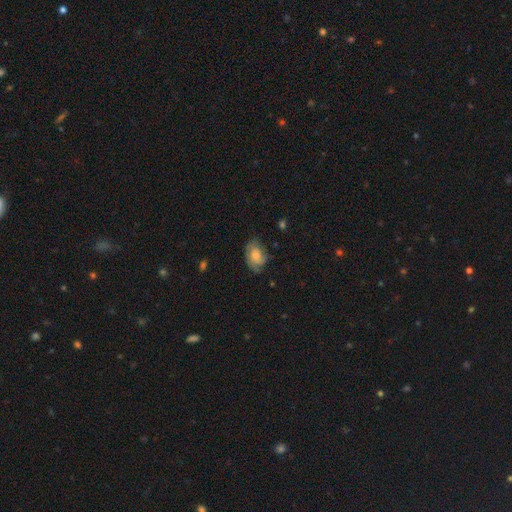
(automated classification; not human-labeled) Smooth or featured?
  - smooth: 52% *
  - featured or disk: 40%
  - star or artifact: 8%
How rounded?
  - in between: 77% *
  - round: 22%
  - cigar-shaped: 2%
Merging?
  - none: 60% *
  - minor disturbance: 27%
  - major disturbance: 11%
  - merger: 1%